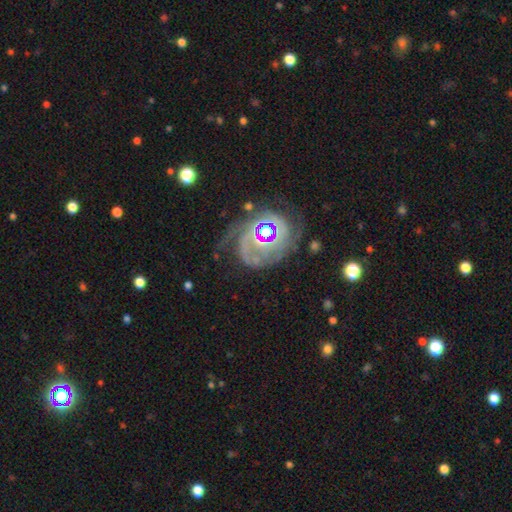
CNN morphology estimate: This appears to be a featured or disk galaxy (79%) with no bar (59%), 2 (39%) tight (66%) spiral arms (87%) and a moderate central bulge (64%). Merging: none (71%).